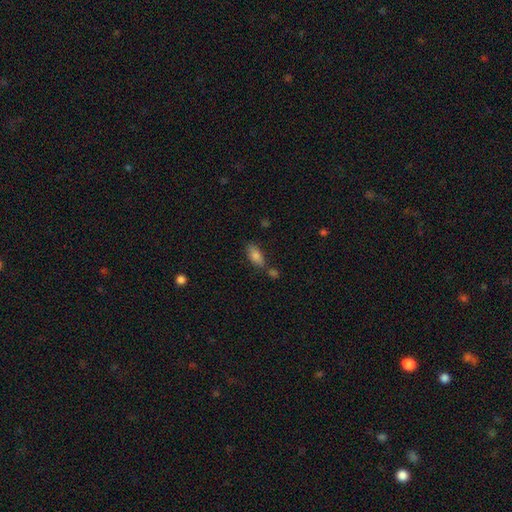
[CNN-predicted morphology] Q: Smooth or featured?
A: smooth (81%); runner-up: featured or disk (11%)
Q: How rounded?
A: in between (84%); runner-up: cigar-shaped (13%)
Q: Merging?
A: none (61%); runner-up: merger (18%)